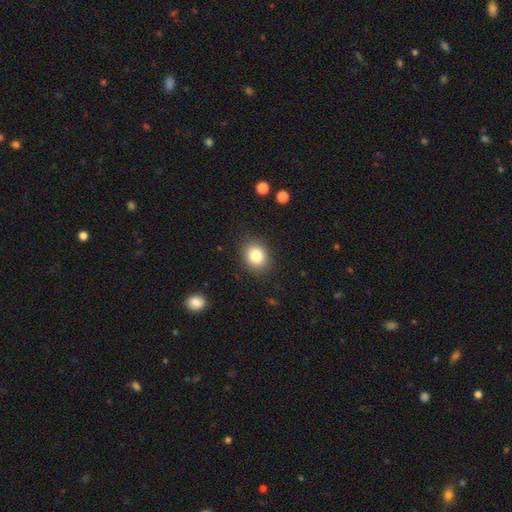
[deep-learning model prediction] A smooth galaxy with no disk features (83%) that is round (62%).

Vote fractions:
- Smooth or featured? smooth: 83% / star or artifact: 10% / featured or disk: 7%
- How rounded? round: 62% / in between: 37% / cigar-shaped: 1%
- Merging? none: 87% / minor disturbance: 9% / major disturbance: 3% / merger: 1%